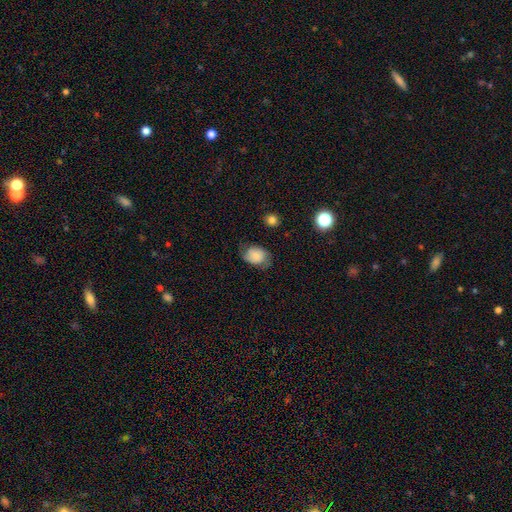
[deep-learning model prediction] Morphology: type=smooth (67%); roundness=in between (66%); merging=none (60%).